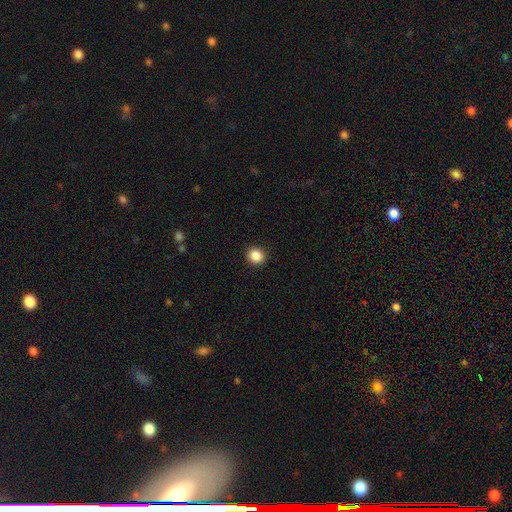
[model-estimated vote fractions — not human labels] smooth 87%, star or artifact 10%, featured or disk 3%. Down the decision tree: how rounded — round (85%); merging — none (92%).